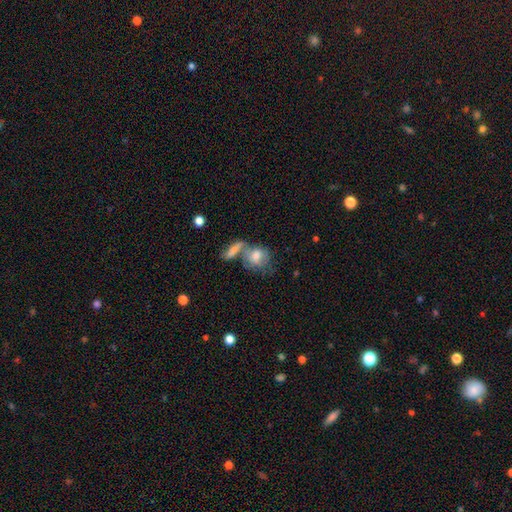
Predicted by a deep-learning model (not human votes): This is likely a smooth galaxy (62%). How rounded: possibly in between (55%). Merging: possibly merger (48%).